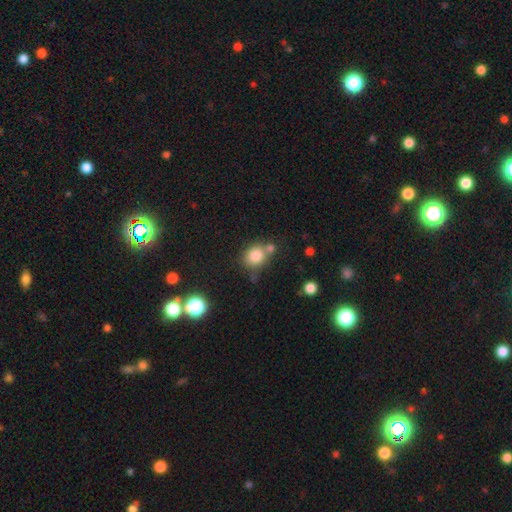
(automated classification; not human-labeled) Q: Smooth or featured?
A: smooth (81%); runner-up: star or artifact (11%)
Q: How rounded?
A: round (70%); runner-up: in between (29%)
Q: Merging?
A: none (57%); runner-up: merger (24%)